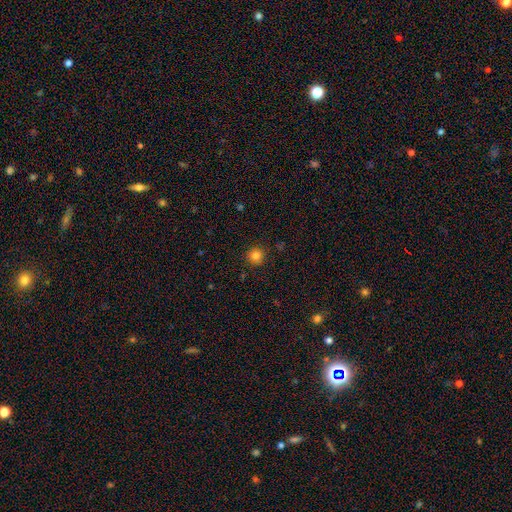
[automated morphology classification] smooth_or_featured: smooth (p=0.82) [alt: star or artifact p=0.13]
how_rounded: round (p=0.94) [alt: in between p=0.05]
merging: none (p=0.90) [alt: minor disturbance p=0.07]